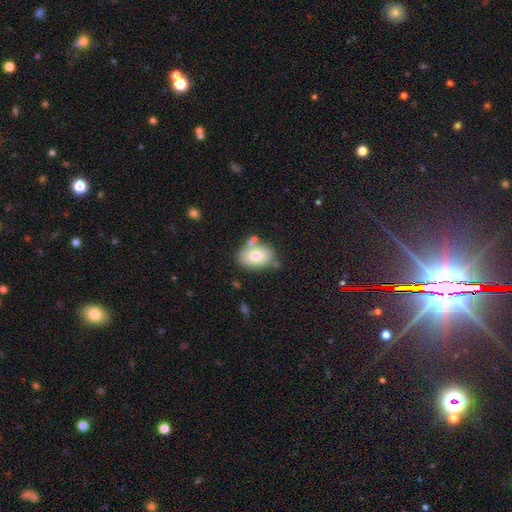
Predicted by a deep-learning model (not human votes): Overall: smooth (72%). How rounded: in between (77%). Merging: none (66%).